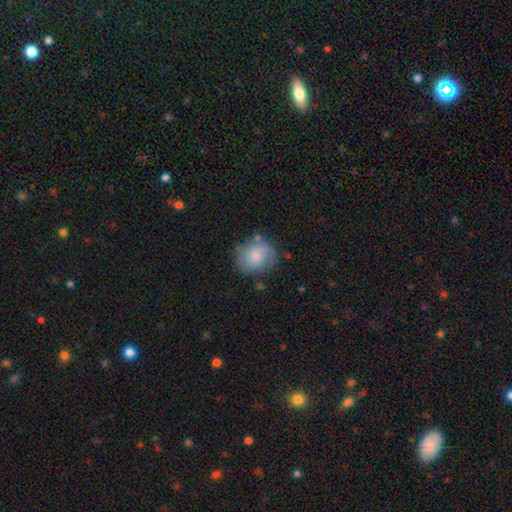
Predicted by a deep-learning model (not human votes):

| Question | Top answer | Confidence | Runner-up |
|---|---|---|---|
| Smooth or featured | smooth | 81% | featured or disk (12%) |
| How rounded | round | 76% | in between (23%) |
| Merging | none | 69% | minor disturbance (20%) |